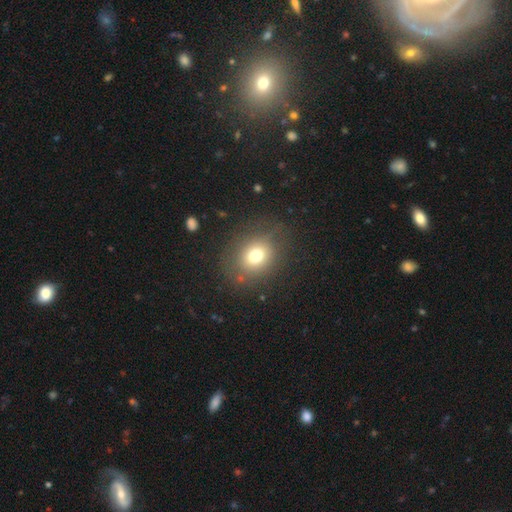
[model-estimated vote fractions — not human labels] Q: Smooth or featured?
A: smooth (73%); runner-up: star or artifact (14%)
Q: How rounded?
A: round (67%); runner-up: in between (32%)
Q: Merging?
A: none (79%); runner-up: minor disturbance (12%)